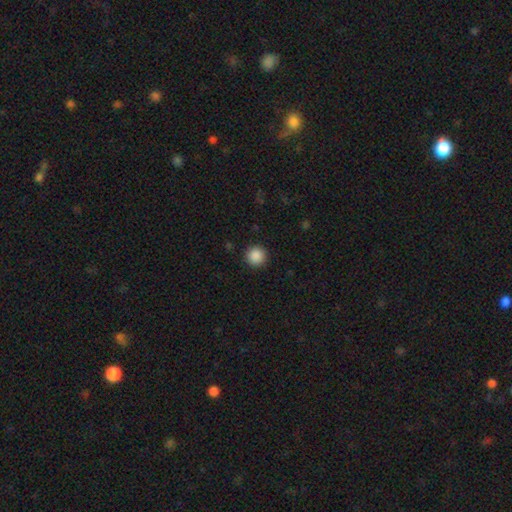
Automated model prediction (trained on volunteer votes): This appears to be a smooth galaxy with no disk features (88%) that is round (96%). Merging: none (93%).